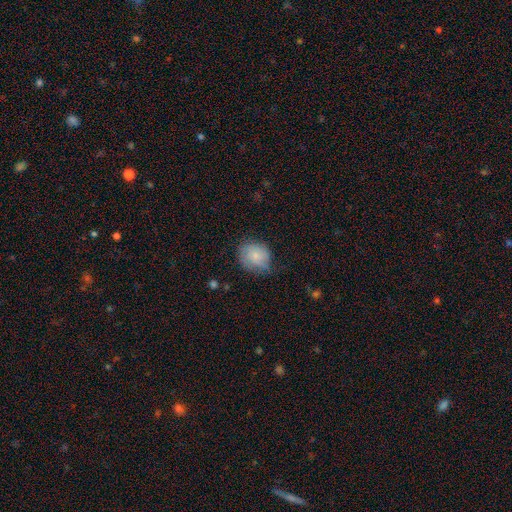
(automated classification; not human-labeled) Smooth or featured: smooth — 75% (featured or disk — 17%)
How rounded: round — 66% (in between — 33%)
Merging: none — 56% (minor disturbance — 33%)